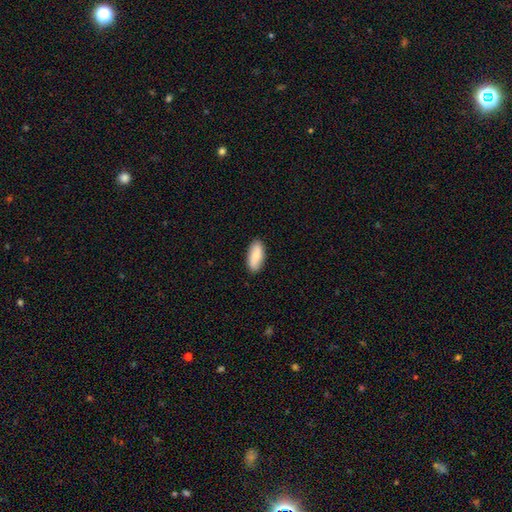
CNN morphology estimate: Overall: smooth (80%). How rounded: in between (85%). Merging: none (89%).